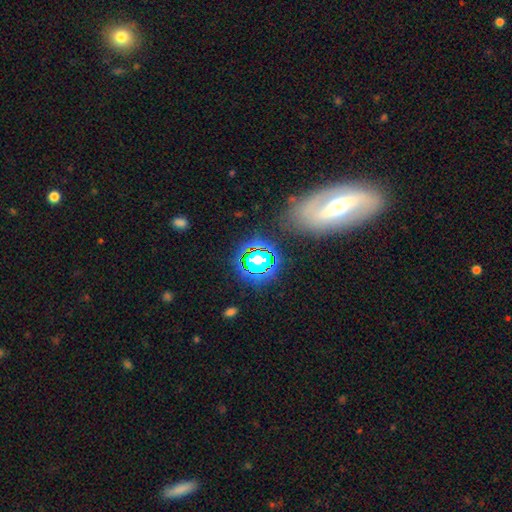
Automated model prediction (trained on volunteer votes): Q: Smooth or featured?
A: featured or disk (41%); runner-up: smooth (30%)
Q: Merging?
A: none (78%); runner-up: minor disturbance (12%)